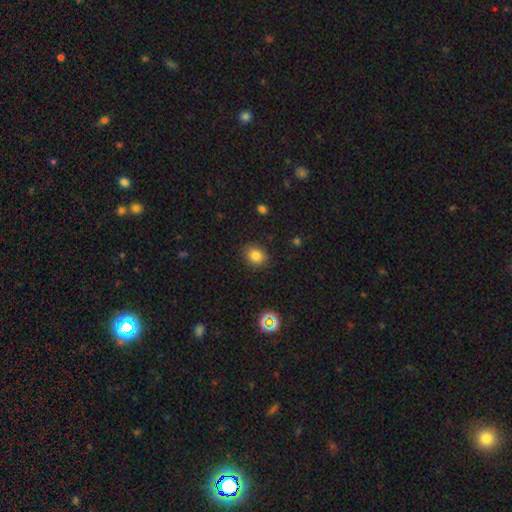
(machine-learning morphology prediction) Overall: smooth (81%). How rounded: round (63%; in between 36%). Merging: none (88%).